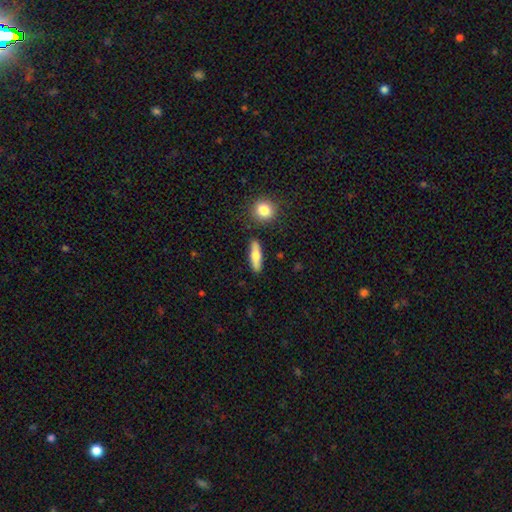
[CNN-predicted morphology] Smooth or featured? smooth (72%)
How rounded? cigar-shaped (60%)
Merging? none (84%)